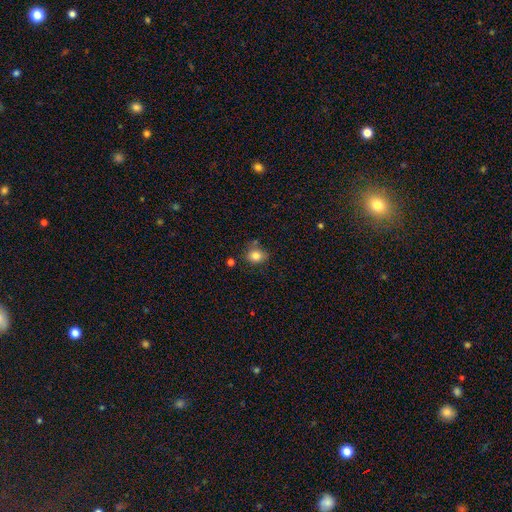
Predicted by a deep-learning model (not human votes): This appears to be a smooth galaxy with no disk features (82%) that is round (64%). Merging: none (70%).